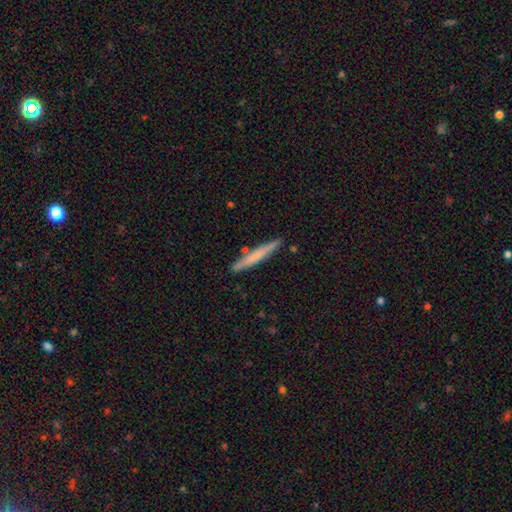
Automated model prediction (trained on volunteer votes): Morphology: type=smooth (64%); roundness=cigar-shaped (96%); merging=none (86%).